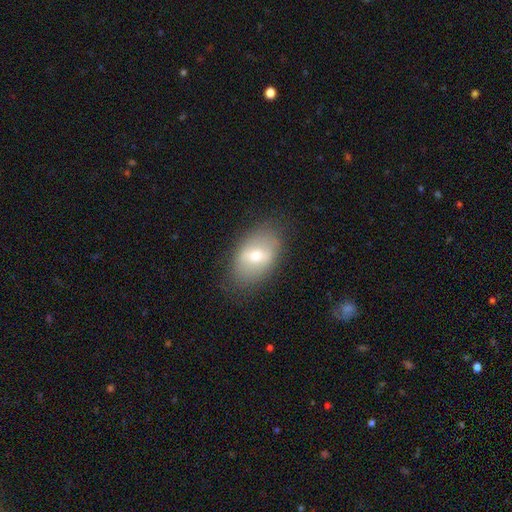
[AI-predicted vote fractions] Smooth or featured? Predicted: smooth (p=0.51). How rounded? Predicted: in between (p=0.85). Merging? Predicted: none (p=0.80).